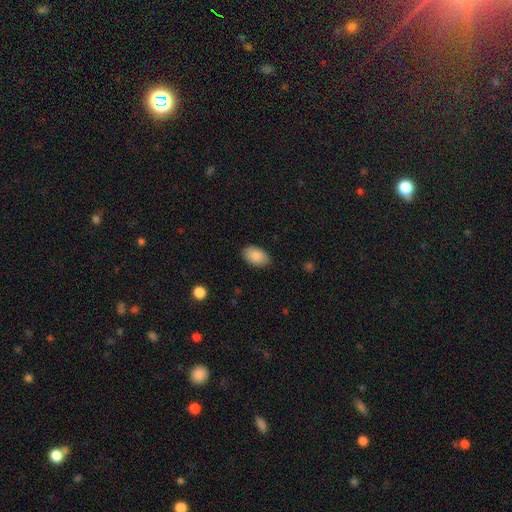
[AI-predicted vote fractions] Smooth or featured?
  - smooth: 88% *
  - star or artifact: 7%
  - featured or disk: 5%
How rounded?
  - in between: 92% *
  - round: 6%
  - cigar-shaped: 1%
Merging?
  - none: 86% *
  - minor disturbance: 11%
  - major disturbance: 2%
  - merger: 1%